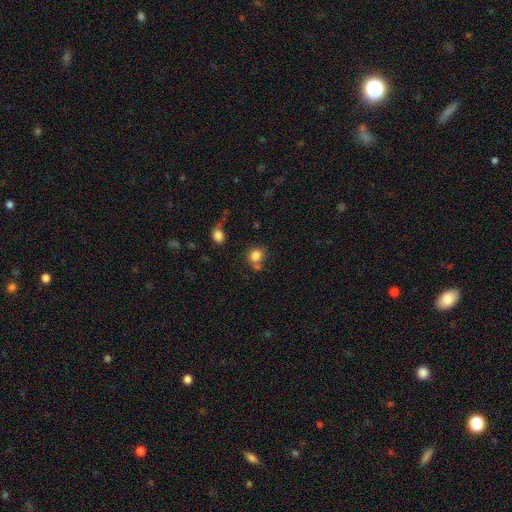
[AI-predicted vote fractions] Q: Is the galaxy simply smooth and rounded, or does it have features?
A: smooth — 82%.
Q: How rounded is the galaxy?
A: round — 78%.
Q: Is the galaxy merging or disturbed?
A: none — 59%.